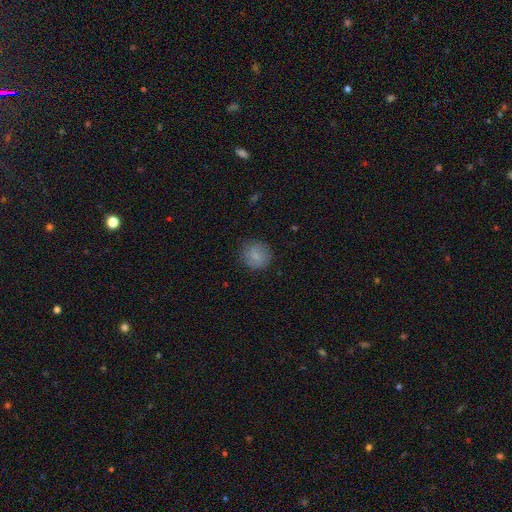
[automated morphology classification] Overall: smooth (82%). How rounded: round (88%). Merging: none (84%).